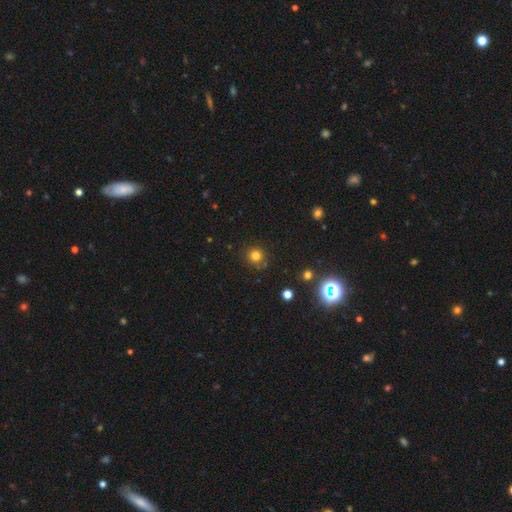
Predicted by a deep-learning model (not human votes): Morphology: type=smooth (78%); roundness=round (93%); merging=none (85%).